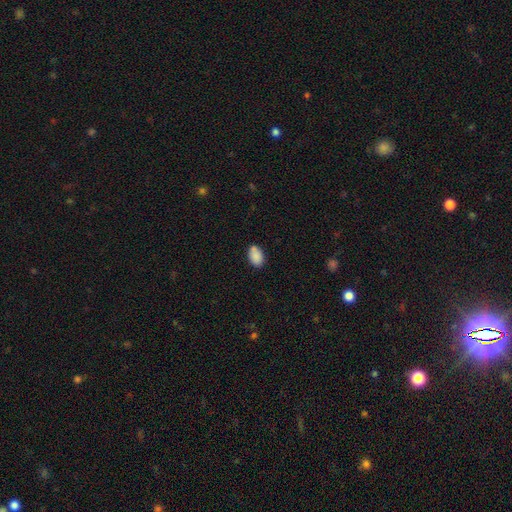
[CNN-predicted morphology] Smooth or featured? smooth (87%)
How rounded? in between (88%)
Merging? none (70%)